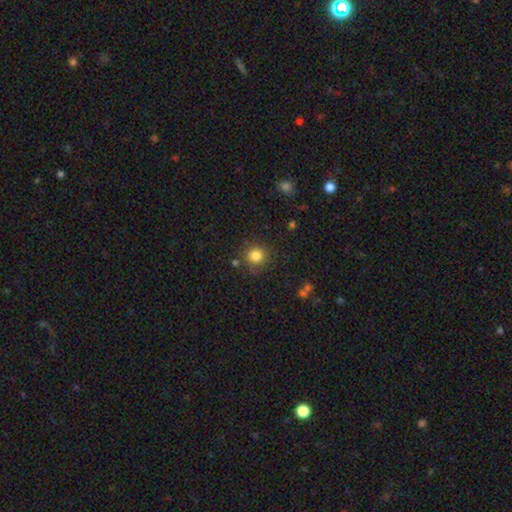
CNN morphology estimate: Smooth or featured: smooth — 83% (star or artifact — 12%)
How rounded: round — 92% (in between — 7%)
Merging: none — 82% (minor disturbance — 10%)